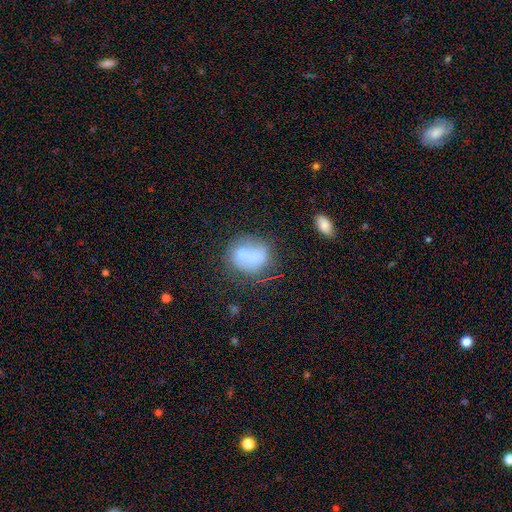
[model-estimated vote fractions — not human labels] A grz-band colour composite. It shows a smooth galaxy with no disk features (55%) that is round (57%). Merging: none (42%).